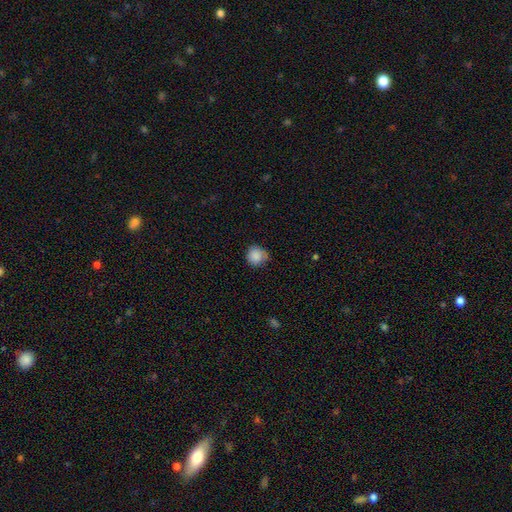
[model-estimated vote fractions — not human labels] Smooth or featured: smooth — 87% (star or artifact — 9%)
How rounded: round — 88% (in between — 11%)
Merging: none — 67% (minor disturbance — 27%)